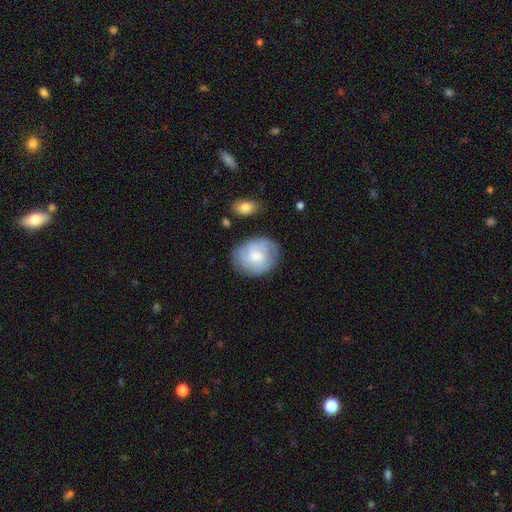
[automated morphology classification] smooth_or_featured: featured or disk (p=0.47) [alt: smooth p=0.45]
merging: none (p=0.76) [alt: minor disturbance p=0.16]